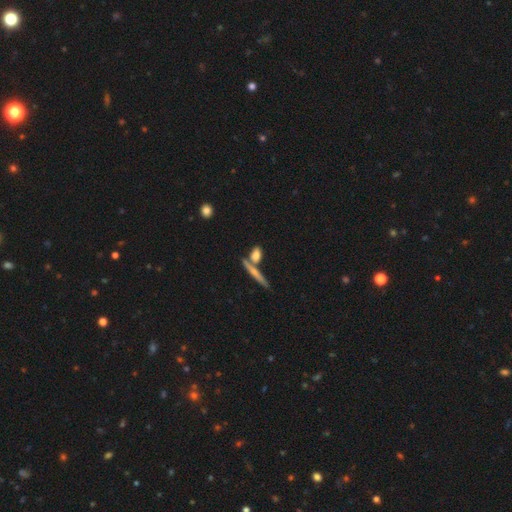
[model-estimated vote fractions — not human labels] Q: Smooth or featured?
A: smooth (67%); runner-up: featured or disk (24%)
Q: How rounded?
A: in between (43%); runner-up: cigar-shaped (39%)
Q: Merging?
A: none (60%); runner-up: merger (25%)